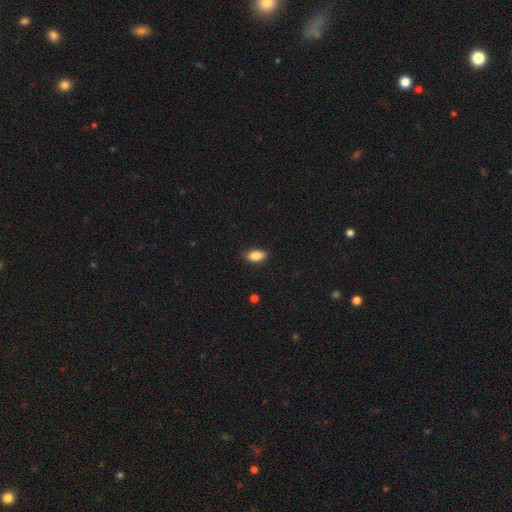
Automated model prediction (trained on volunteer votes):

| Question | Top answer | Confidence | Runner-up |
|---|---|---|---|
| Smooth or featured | smooth | 86% | star or artifact (8%) |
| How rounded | in between | 90% | cigar-shaped (5%) |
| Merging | none | 86% | minor disturbance (11%) |